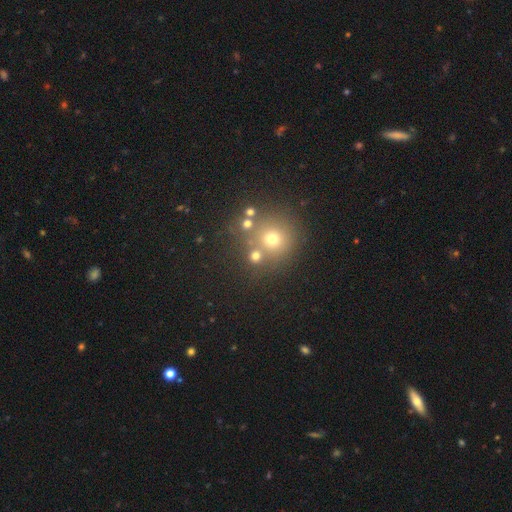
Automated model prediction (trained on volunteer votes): smooth_or_featured: smooth (p=0.67) [alt: star or artifact p=0.22]
how_rounded: round (p=0.90) [alt: in between p=0.09]
merging: none (p=0.68) [alt: merger p=0.19]